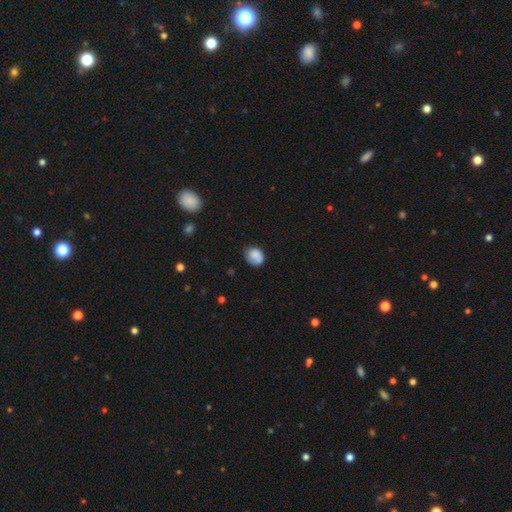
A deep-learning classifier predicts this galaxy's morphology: Smooth or featured?
  - smooth: 83% *
  - featured or disk: 9%
  - star or artifact: 8%
How rounded?
  - round: 54% *
  - in between: 45%
  - cigar-shaped: 1%
Merging?
  - none: 65% *
  - minor disturbance: 26%
  - major disturbance: 6%
  - merger: 2%